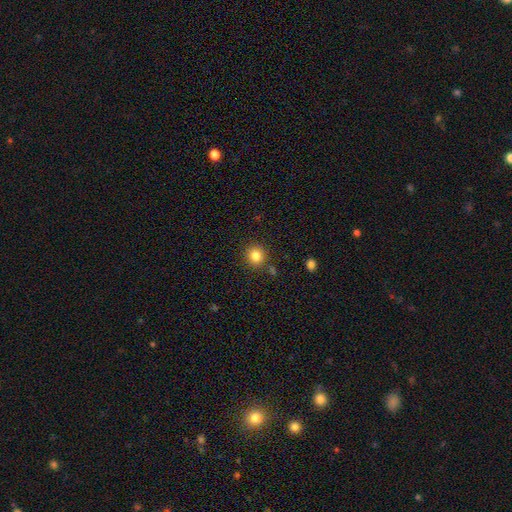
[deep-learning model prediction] A smooth galaxy with no disk features (83%) that is round (87%).

Vote fractions:
- Smooth or featured? smooth: 83% / star or artifact: 11% / featured or disk: 6%
- How rounded? round: 87% / in between: 12% / cigar-shaped: 1%
- Merging? none: 85% / minor disturbance: 9% / merger: 4% / major disturbance: 3%